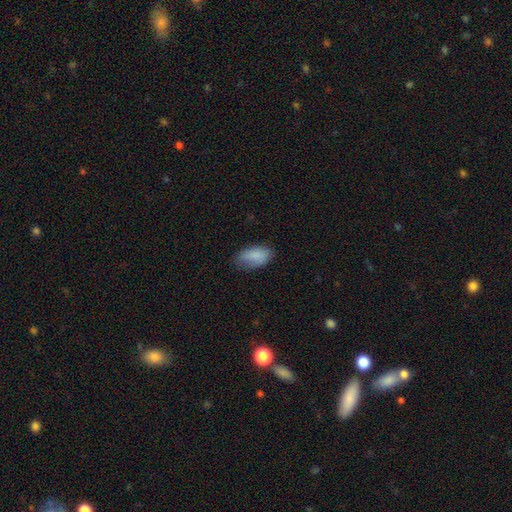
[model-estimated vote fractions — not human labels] Smooth or featured: smooth — 85% (featured or disk — 8%)
How rounded: in between — 93% (cigar-shaped — 4%)
Merging: none — 65% (minor disturbance — 27%)